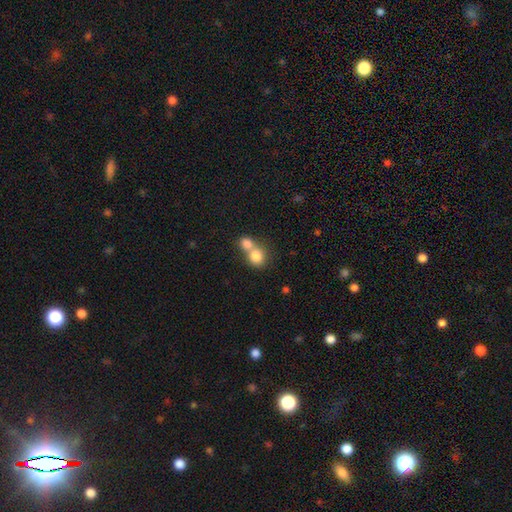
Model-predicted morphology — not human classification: This appears to be a smooth galaxy with no disk features (80%) that is round (76%). Merging: merger (63%).